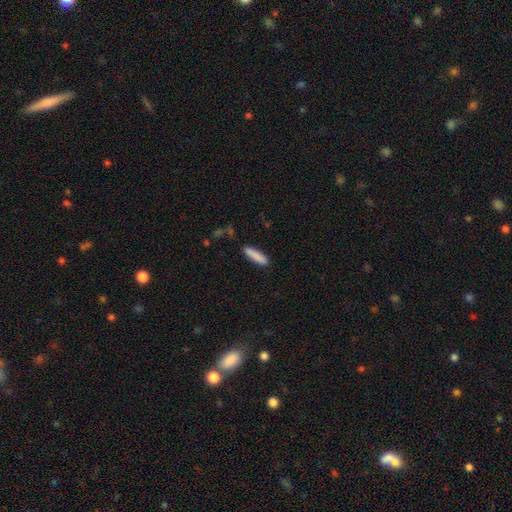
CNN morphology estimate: The model was most divided on "how rounded": cigar-shaped: 76%, in between: 23%, round: 1%. More confident: smooth or featured — smooth (87%); merging — none (86%).